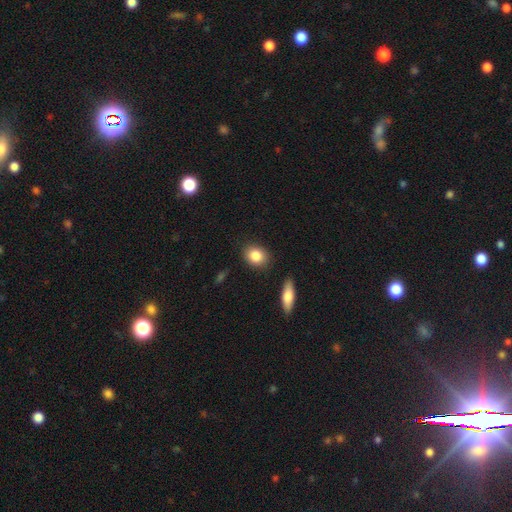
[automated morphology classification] Q: Smooth or featured?
A: smooth (85%); runner-up: star or artifact (7%)
Q: How rounded?
A: in between (52%); runner-up: round (45%)
Q: Merging?
A: none (85%); runner-up: minor disturbance (9%)